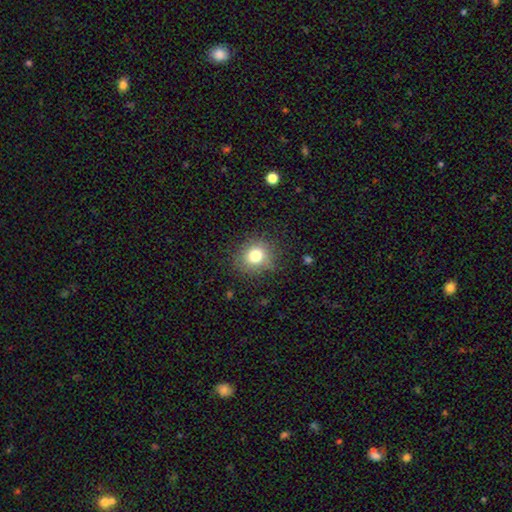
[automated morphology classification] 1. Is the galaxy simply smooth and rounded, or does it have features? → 78% smooth, 12% star or artifact, 9% featured or disk.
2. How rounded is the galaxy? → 79% round, 20% in between, 1% cigar-shaped.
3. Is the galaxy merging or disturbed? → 81% none, 13% minor disturbance, 5% major disturbance, 1% merger.